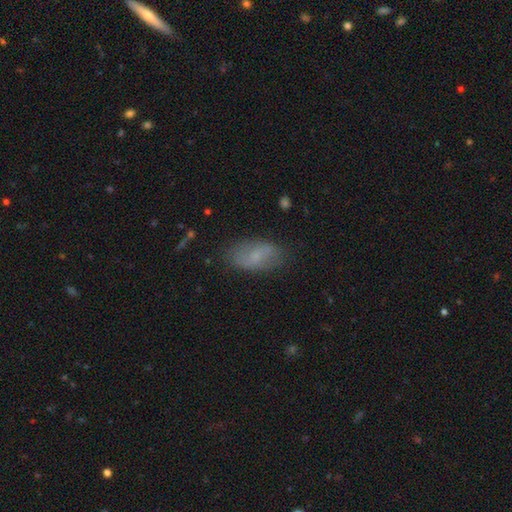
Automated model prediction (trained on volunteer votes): smooth 65%, featured or disk 26%, star or artifact 9%. Down the decision tree: how rounded — in between (91%); merging — none (77%).